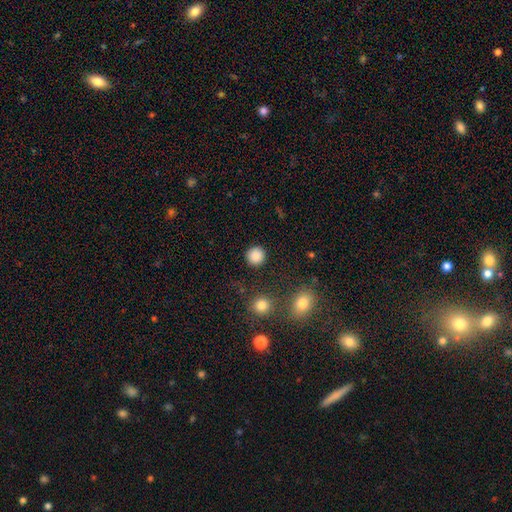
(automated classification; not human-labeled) smooth-or-featured: smooth: 87% | star or artifact: 10% | featured or disk: 3%
  how-rounded: round: 94% | in between: 5% | cigar-shaped: 1%
  merging: none: 91% | minor disturbance: 5% | major disturbance: 2% | merger: 2%